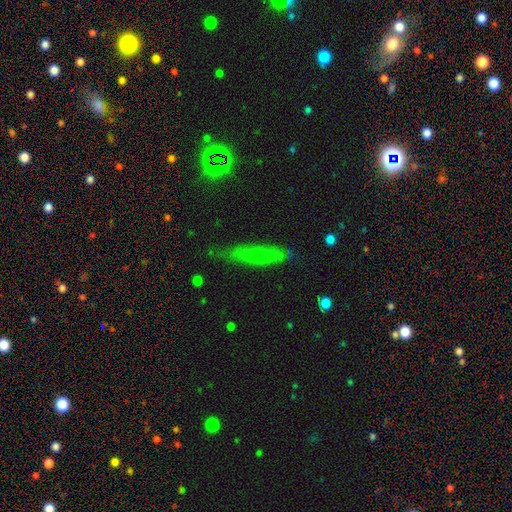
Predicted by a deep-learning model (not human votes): This appears to be a smooth galaxy with no disk features (55%) that is cigar-shaped (82%). Merging: none (78%).